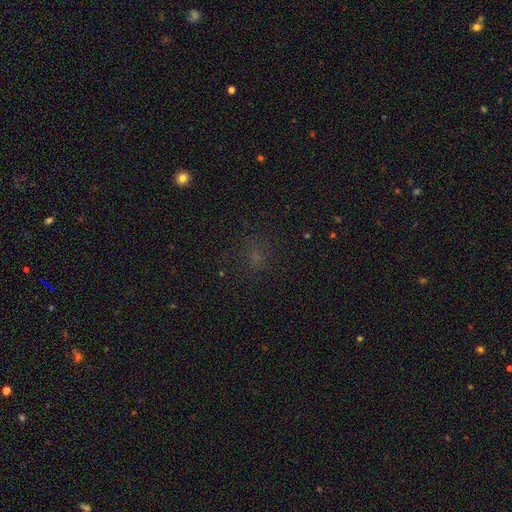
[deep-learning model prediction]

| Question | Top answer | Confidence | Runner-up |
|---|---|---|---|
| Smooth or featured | smooth | 53% | star or artifact (38%) |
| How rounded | round | 69% | in between (29%) |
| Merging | none | 79% | minor disturbance (12%) |